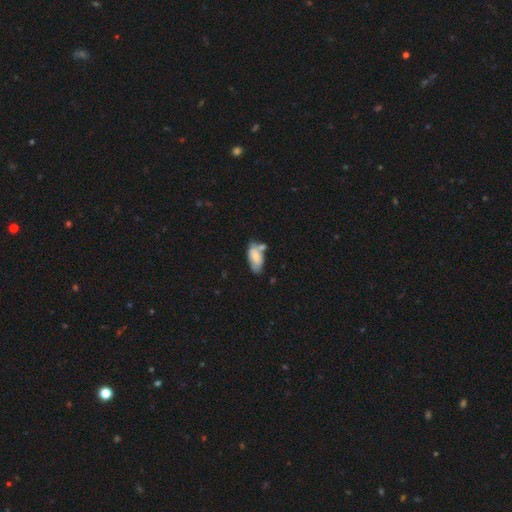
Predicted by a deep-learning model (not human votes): A smooth galaxy with no disk features (72%) that is in between round and cigar-shaped (89%).

Vote fractions:
- Smooth or featured? smooth: 72% / featured or disk: 21% / star or artifact: 7%
- How rounded? in between: 89% / cigar-shaped: 8% / round: 3%
- Merging? none: 45% / merger: 26% / minor disturbance: 22% / major disturbance: 7%